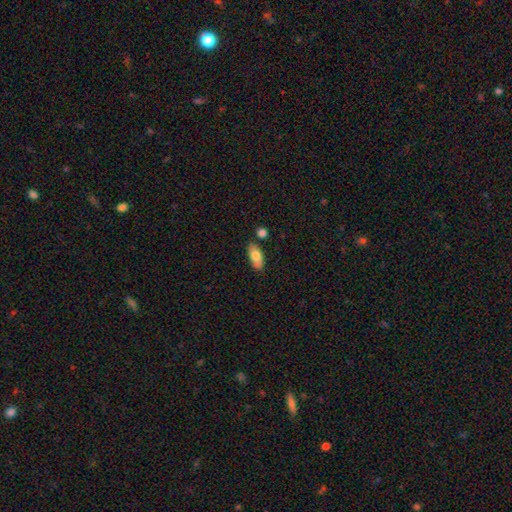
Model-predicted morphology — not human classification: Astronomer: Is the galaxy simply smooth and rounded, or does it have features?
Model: smooth — 74%.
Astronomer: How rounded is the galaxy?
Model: in between — 89%.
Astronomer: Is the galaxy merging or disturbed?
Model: none — 78%.